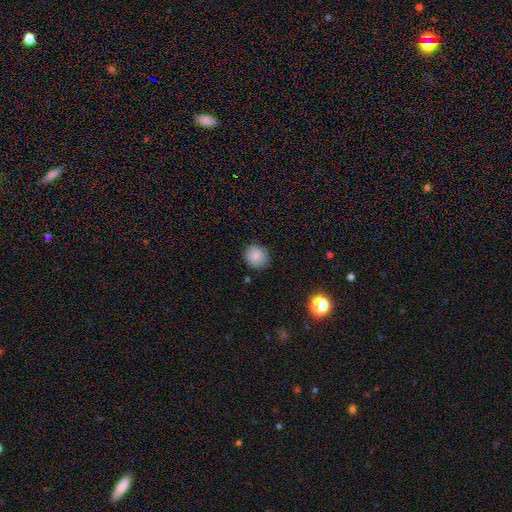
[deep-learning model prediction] The model was most divided on "how rounded": round: 81%, in between: 18%, cigar-shaped: 1%. More confident: merging — none (88%); smooth or featured — smooth (85%).